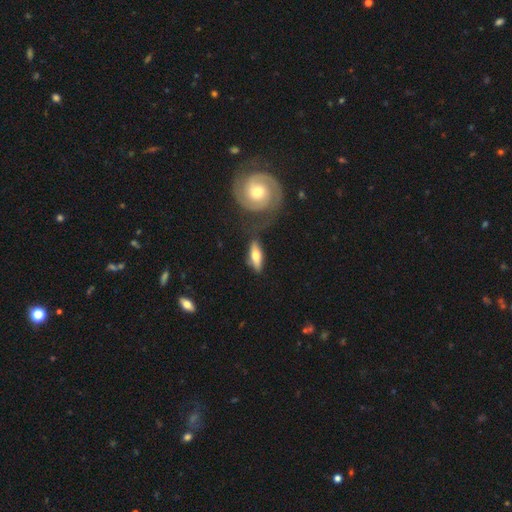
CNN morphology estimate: The model was most divided on "smooth or featured": smooth: 53%, featured or disk: 41%, star or artifact: 5%. More confident: merging — none (68%); how rounded — in between (58%).